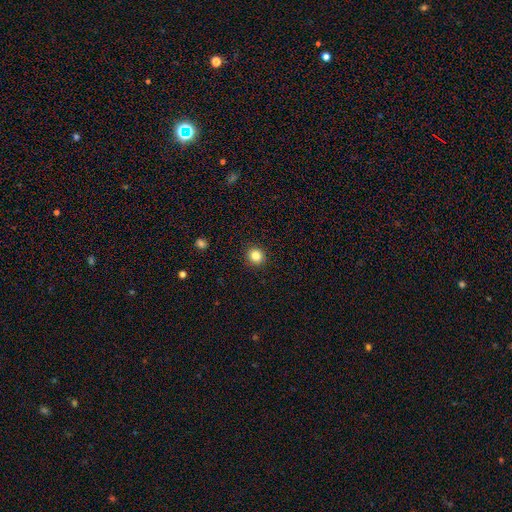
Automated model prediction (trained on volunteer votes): smooth_or_featured: smooth (p=0.83) [alt: star or artifact p=0.12]
how_rounded: round (p=0.92) [alt: in between p=0.07]
merging: none (p=0.93) [alt: minor disturbance p=0.05]